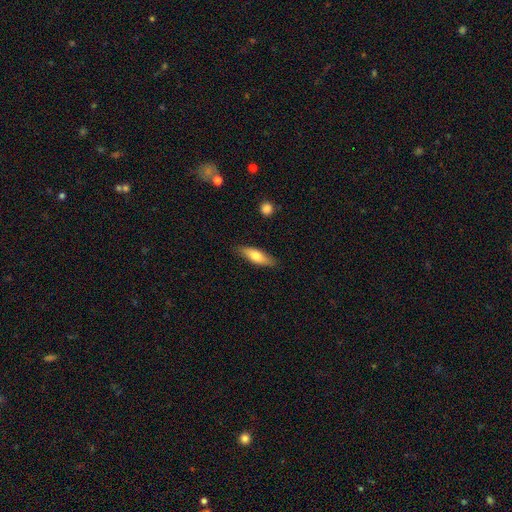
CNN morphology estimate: smooth-or-featured: smooth: 66% | featured or disk: 28% | star or artifact: 6%
  how-rounded: in between: 50% | cigar-shaped: 48% | round: 2%
  merging: none: 85% | minor disturbance: 11% | major disturbance: 2% | merger: 1%